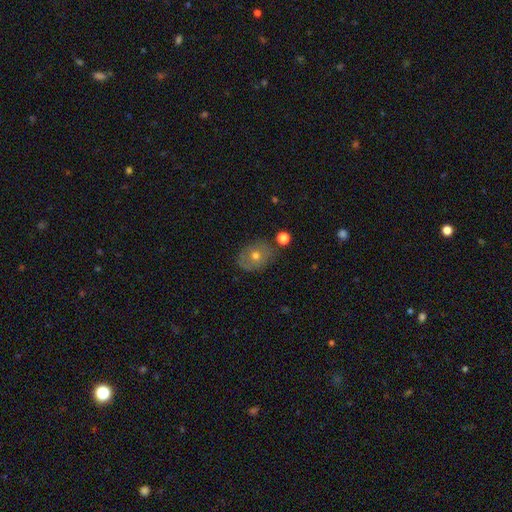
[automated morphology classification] smooth 57%, featured or disk 31%, star or artifact 12%. Down the decision tree: how rounded — in between (50%); merging — none (76%).